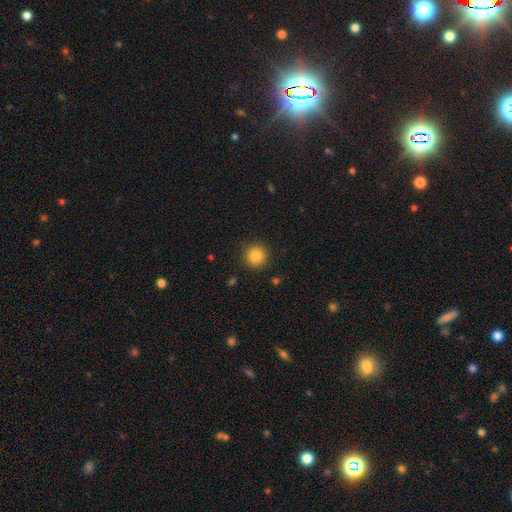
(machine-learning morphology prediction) Smooth or featured: smooth — 84% (star or artifact — 11%)
How rounded: round — 95% (in between — 4%)
Merging: none — 90% (minor disturbance — 7%)